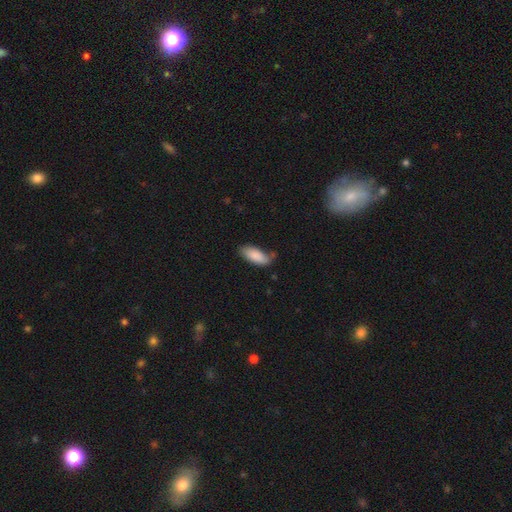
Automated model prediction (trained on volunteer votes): A smooth galaxy with no disk features (88%) that is in between round and cigar-shaped (83%). Merging: none (66%).